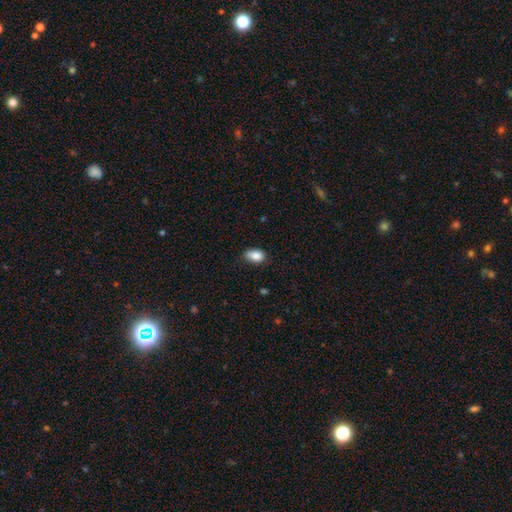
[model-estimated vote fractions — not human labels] Smooth or featured? Predicted: smooth (p=0.87). How rounded? Predicted: in between (p=0.87). Merging? Predicted: none (p=0.66).